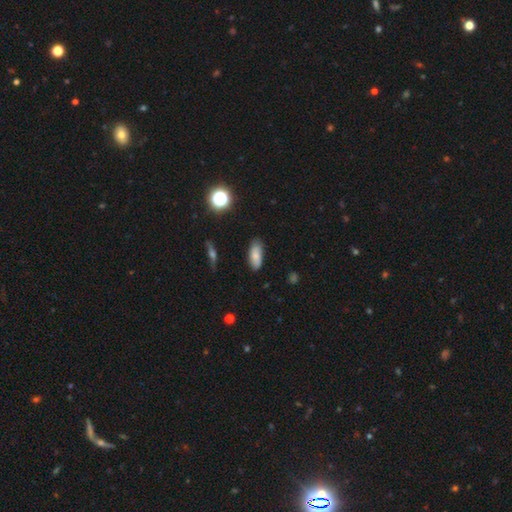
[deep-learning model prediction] smooth_or_featured: smooth (p=0.79) [alt: featured or disk p=0.11]
how_rounded: in between (p=0.81) [alt: cigar-shaped p=0.16]
merging: none (p=0.80) [alt: minor disturbance p=0.16]